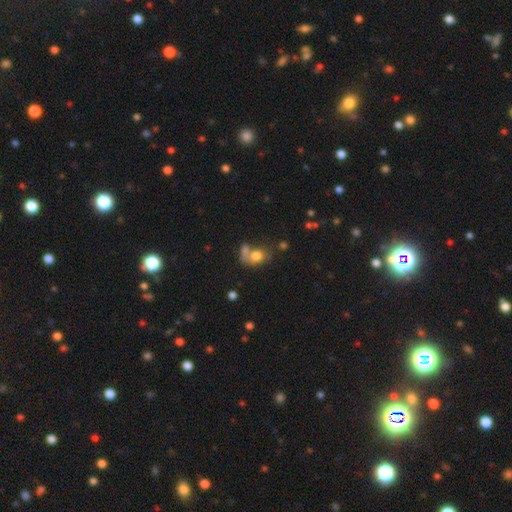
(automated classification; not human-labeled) A smooth galaxy with no disk features (75%) that is in between round and cigar-shaped (56%).

Vote fractions:
- Smooth or featured? smooth: 75% / featured or disk: 15% / star or artifact: 11%
- How rounded? in between: 56% / round: 43% / cigar-shaped: 2%
- Merging? merger: 43% / none: 34% / minor disturbance: 13% / major disturbance: 10%